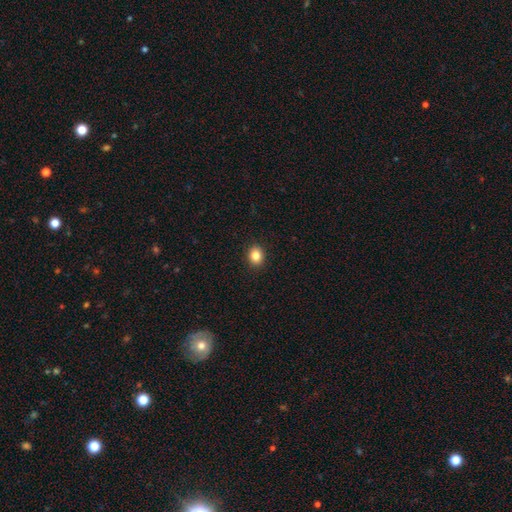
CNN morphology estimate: A smooth galaxy with no disk features (85%) that is round (66%).

Vote fractions:
- Smooth or featured? smooth: 85% / star or artifact: 10% / featured or disk: 5%
- How rounded? round: 66% / in between: 33% / cigar-shaped: 1%
- Merging? none: 92% / minor disturbance: 6% / major disturbance: 2% / merger: 1%